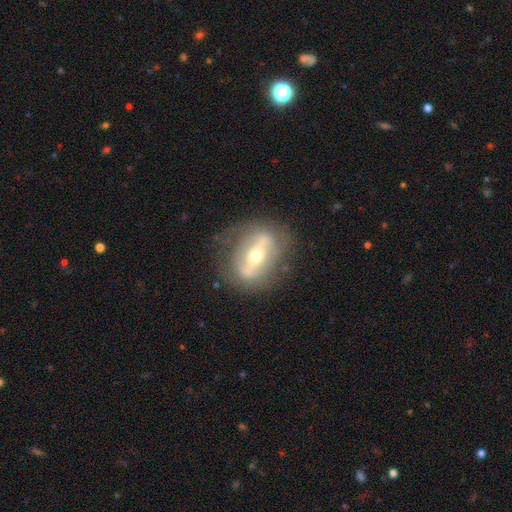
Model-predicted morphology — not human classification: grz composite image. It shows a featured or disk galaxy (71%) with a strong bar (66%), no spiral arms (70%) and a moderate central bulge (54%). Merging: none (74%).